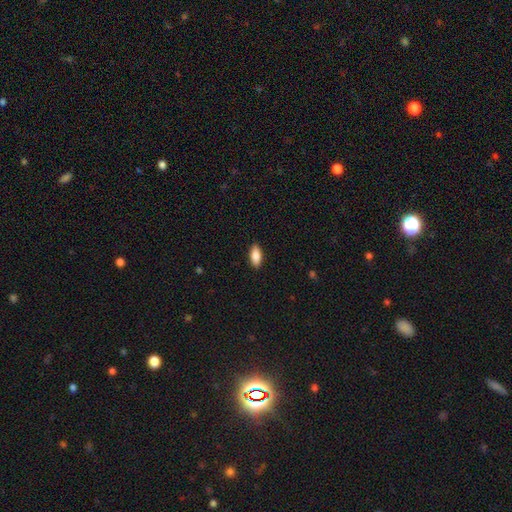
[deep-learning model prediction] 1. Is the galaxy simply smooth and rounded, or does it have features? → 87% smooth, 6% featured or disk, 6% star or artifact.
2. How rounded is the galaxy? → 87% in between, 11% cigar-shaped, 2% round.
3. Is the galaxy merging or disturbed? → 90% none, 8% minor disturbance, 2% major disturbance, 1% merger.